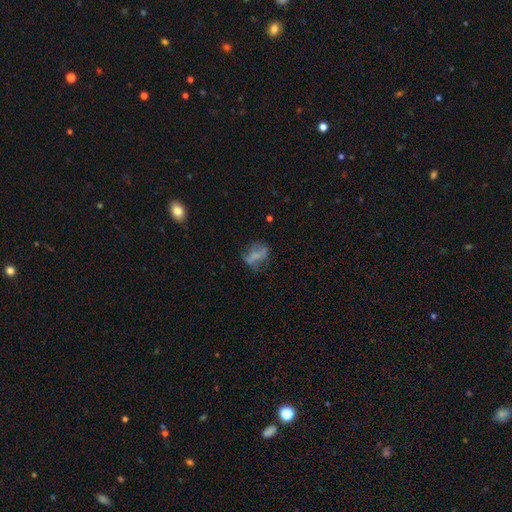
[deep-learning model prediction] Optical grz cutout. It shows a smooth galaxy with no disk features (46%). Merging: none (45%).